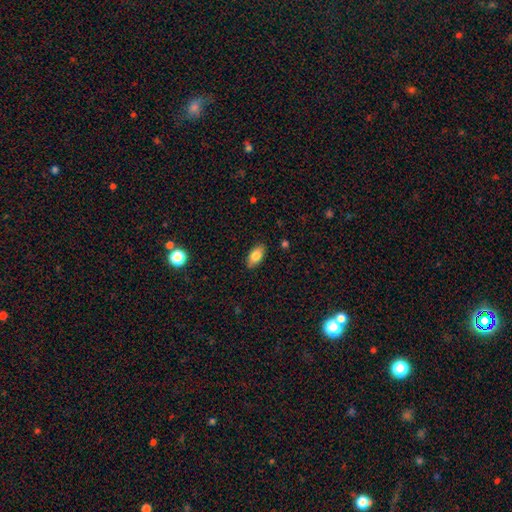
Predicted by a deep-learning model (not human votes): smooth_or_featured: smooth (p=0.82) [alt: featured or disk p=0.11]
how_rounded: in between (p=0.91) [alt: cigar-shaped p=0.04]
merging: none (p=0.87) [alt: minor disturbance p=0.10]